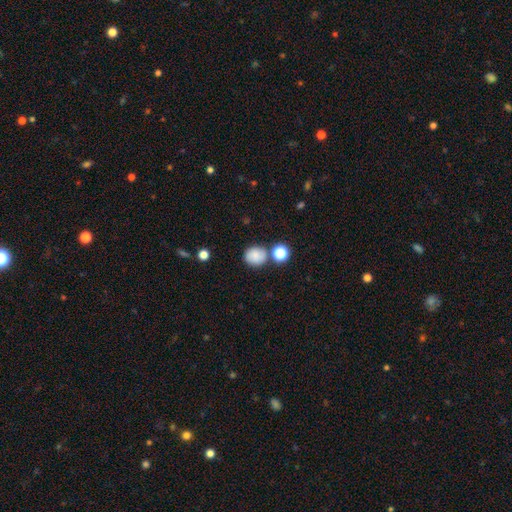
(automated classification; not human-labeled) Smooth or featured? Predicted: smooth (p=0.81). How rounded? Predicted: round (p=0.73). Merging? Predicted: none (p=0.70).